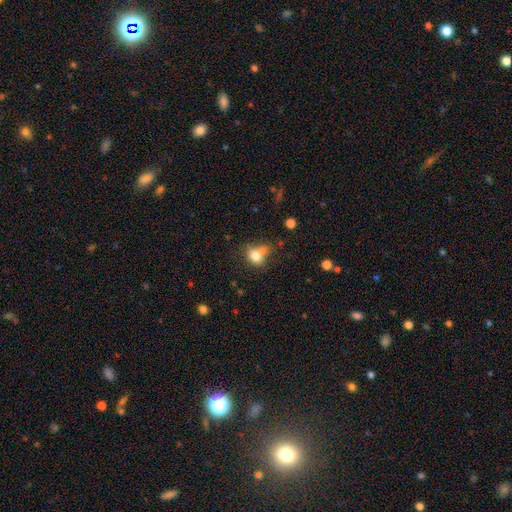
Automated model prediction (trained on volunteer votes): Smooth or featured? smooth (77%)
How rounded? round (57%)
Merging? none (43%)